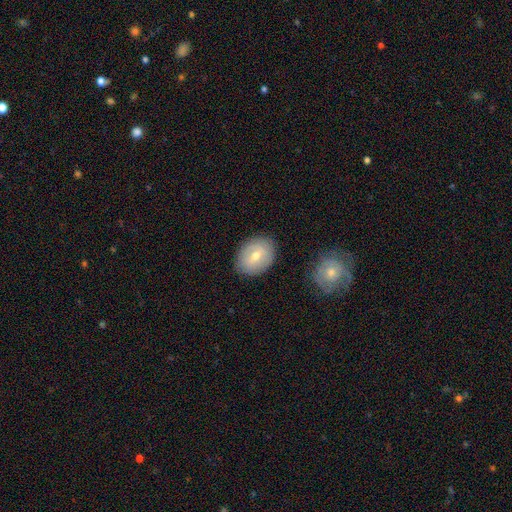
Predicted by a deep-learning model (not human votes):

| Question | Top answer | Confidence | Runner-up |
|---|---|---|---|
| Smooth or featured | smooth | 62% | featured or disk (30%) |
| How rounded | in between | 64% | round (35%) |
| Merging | none | 85% | minor disturbance (10%) |